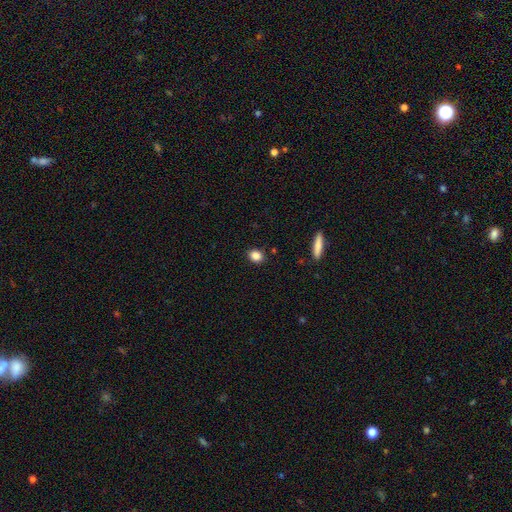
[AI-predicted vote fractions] smooth-or-featured: smooth: 86% | star or artifact: 10% | featured or disk: 4%
  how-rounded: round: 57% | in between: 41% | cigar-shaped: 2%
  merging: none: 87% | minor disturbance: 8% | major disturbance: 2% | merger: 2%